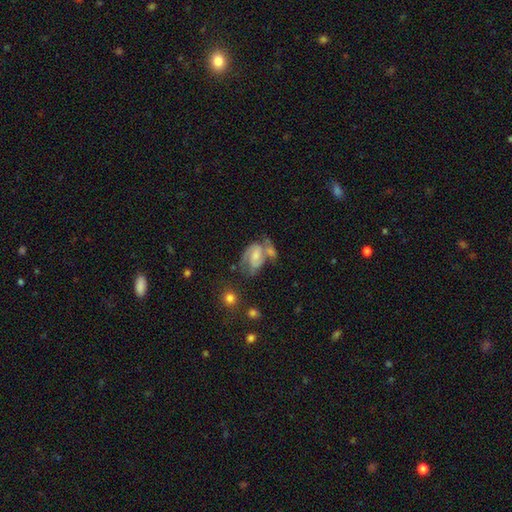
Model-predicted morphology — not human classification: Smooth or featured? featured or disk (68%)
Edge-on disk? no (97%)
Bar? weak (42%)
Spiral arms? yes (88%)
Spiral winding? medium (51%)
Spiral arm count? 2 (77%)
Bulge size? small (42%)
Merging? none (32%)